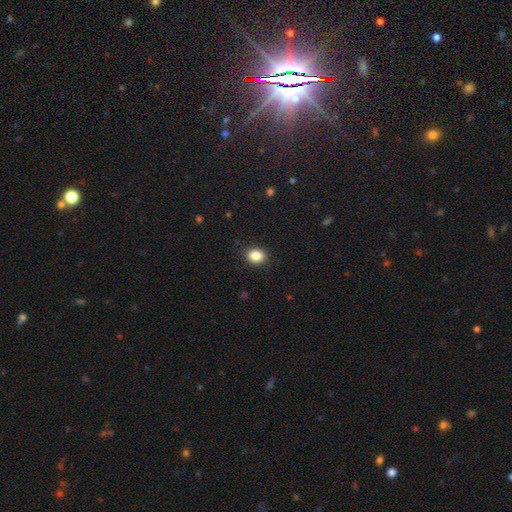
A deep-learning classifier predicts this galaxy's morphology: Smooth or featured? smooth (87%)
How rounded? in between (58%)
Merging? none (90%)